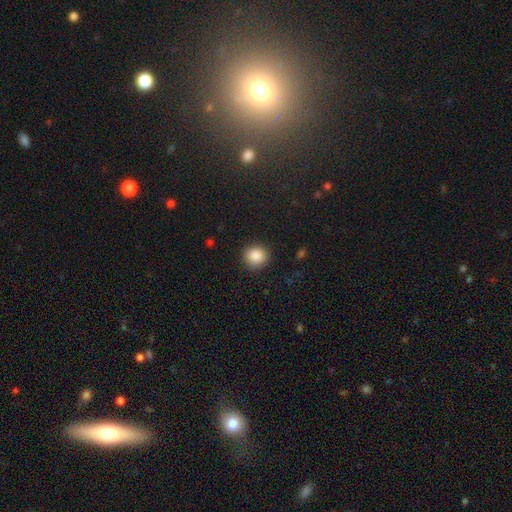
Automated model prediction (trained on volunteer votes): A smooth galaxy with no disk features (87%) that is round (85%). Merging: none (89%).